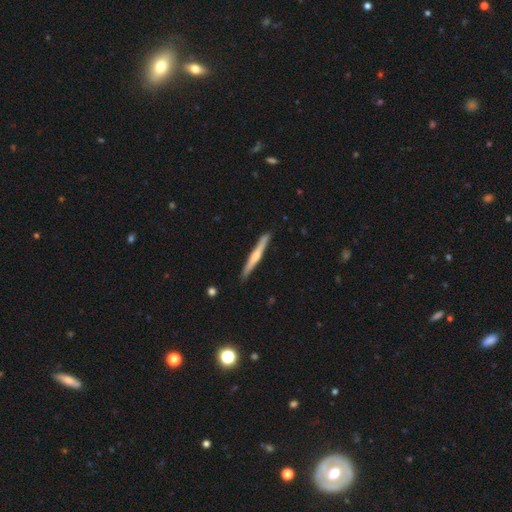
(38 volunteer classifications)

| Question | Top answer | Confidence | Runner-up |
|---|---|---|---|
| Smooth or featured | featured or disk | 76% | smooth (18%) |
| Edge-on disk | yes | 100% | — |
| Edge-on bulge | rounded | 86% | boxy (7%) |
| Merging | none | 83% | minor disturbance (17%) |